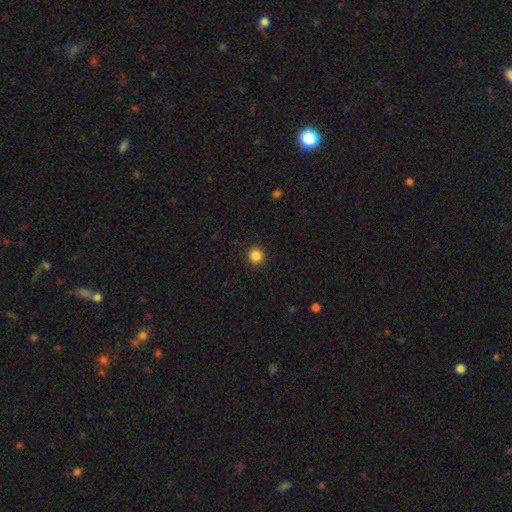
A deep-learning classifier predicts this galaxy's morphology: Smooth or featured?
  - smooth: 86% *
  - star or artifact: 11%
  - featured or disk: 3%
How rounded?
  - round: 94% *
  - in between: 5%
  - cigar-shaped: 1%
Merging?
  - none: 92% *
  - minor disturbance: 6%
  - major disturbance: 2%
  - merger: 1%